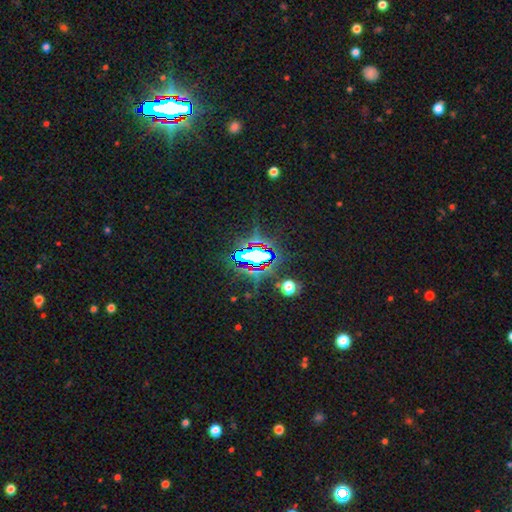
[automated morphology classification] smooth_or_featured: star or artifact (p=0.71) [alt: smooth p=0.16]